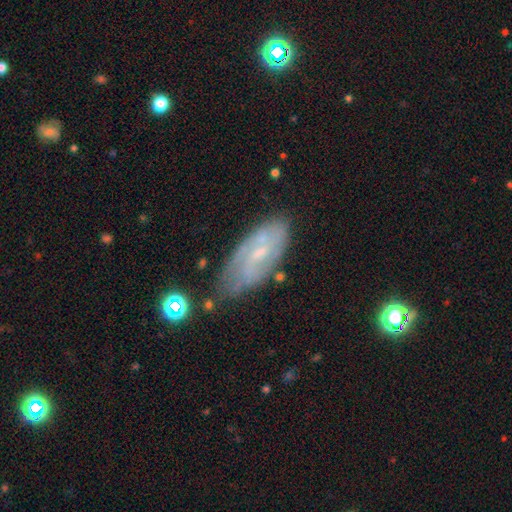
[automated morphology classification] smooth-or-featured: featured or disk: 66% | smooth: 25% | star or artifact: 9%
  disk-edge-on: no: 88% | yes: 12%
    bar: weak: 46% | no: 43% | strong: 11%
    has-spiral-arms: yes: 81% | no: 19%
    bulge-size: small: 69% | moderate: 22% | none: 7% | large: 1% | dominant: 1%
  merging: none: 70% | minor disturbance: 21% | major disturbance: 6% | merger: 3%